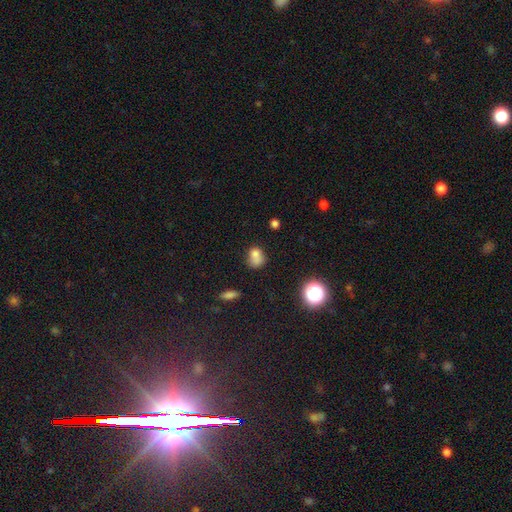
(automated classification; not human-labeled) Overall: smooth (74%). How rounded: in between (50%; round 49%). Merging: none (45%; merger 24%).